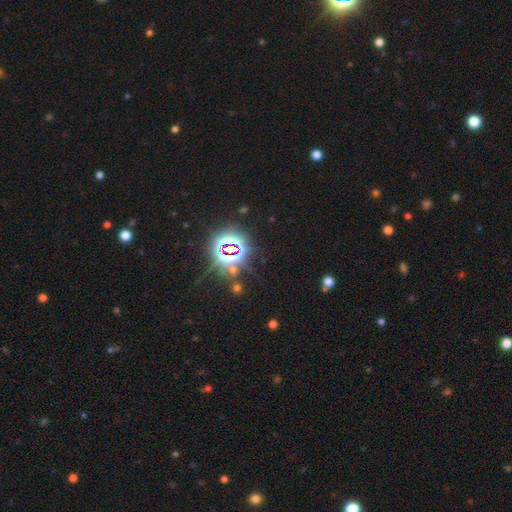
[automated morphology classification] Smooth or featured?
  - star or artifact: 84% *
  - smooth: 10%
  - featured or disk: 6%